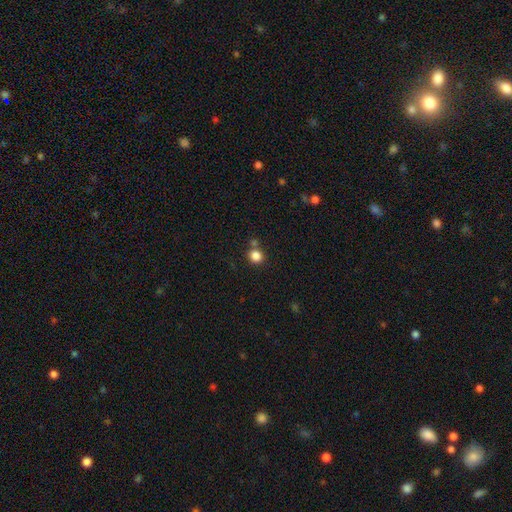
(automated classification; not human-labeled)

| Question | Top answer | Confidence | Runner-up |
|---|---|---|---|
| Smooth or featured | smooth | 84% | star or artifact (12%) |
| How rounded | round | 86% | in between (13%) |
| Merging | none | 75% | merger (13%) |